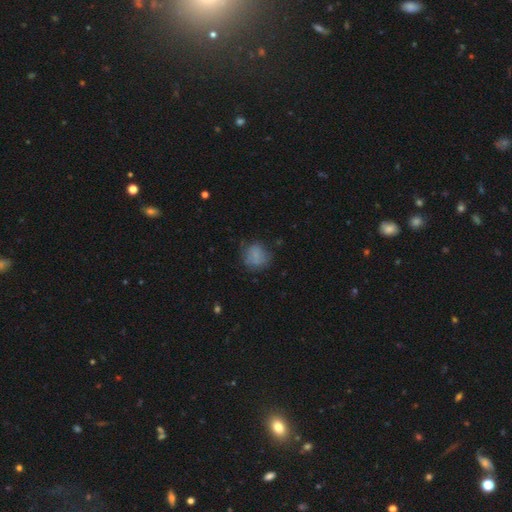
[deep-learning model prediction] This is likely a smooth galaxy (74%). How rounded: likely round (77%). Merging: likely none (65%).